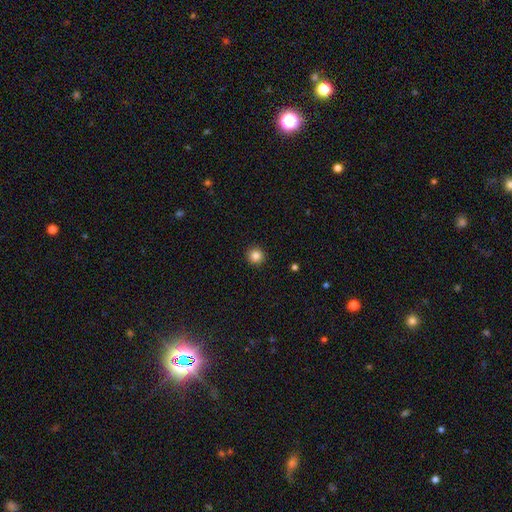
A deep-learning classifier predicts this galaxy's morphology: A smooth galaxy with no disk features (84%) that is round (94%).

Vote fractions:
- Smooth or featured? smooth: 84% / star or artifact: 11% / featured or disk: 4%
- How rounded? round: 94% / in between: 5% / cigar-shaped: 1%
- Merging? none: 93% / minor disturbance: 5% / major disturbance: 2% / merger: 1%